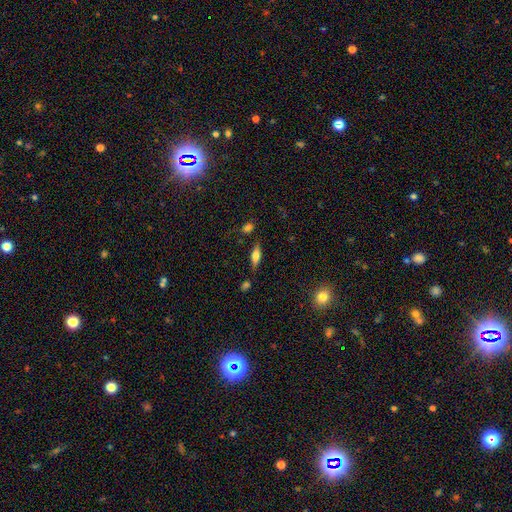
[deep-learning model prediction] Smooth or featured?
  - smooth: 59% *
  - featured or disk: 33%
  - star or artifact: 8%
How rounded?
  - in between: 61% *
  - cigar-shaped: 36%
  - round: 3%
Merging?
  - none: 76% *
  - minor disturbance: 15%
  - merger: 5%
  - major disturbance: 4%